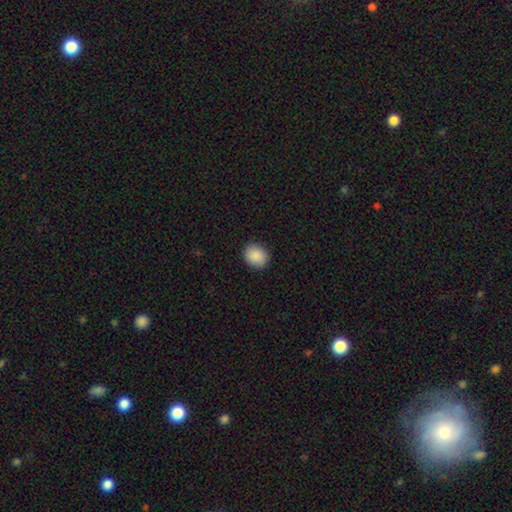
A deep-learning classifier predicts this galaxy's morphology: This appears to be a smooth galaxy with no disk features (89%) that is round (71%). Merging: none (90%).